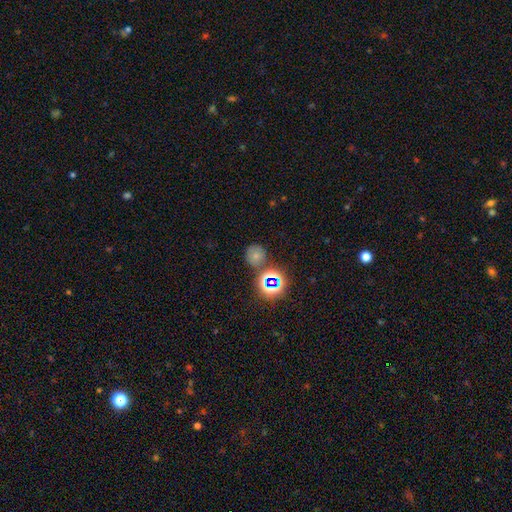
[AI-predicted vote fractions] Overall: smooth (61%; star or artifact 29%). How rounded: round (86%). Merging: none (71%).